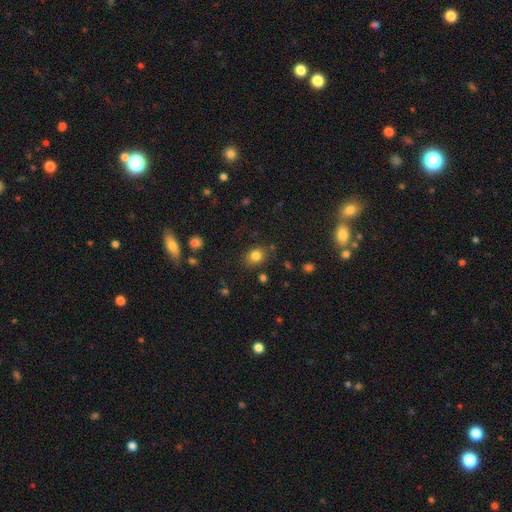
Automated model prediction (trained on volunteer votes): Smooth or featured? Predicted: smooth (p=0.81). How rounded? Predicted: round (p=0.61). Merging? Predicted: none (p=0.79).